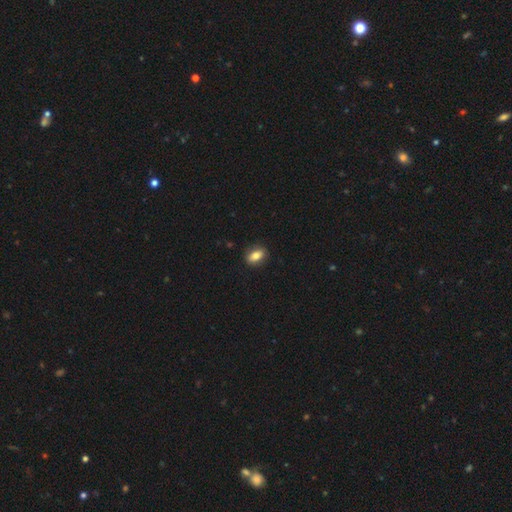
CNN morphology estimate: type=smooth (79%); roundness=in between (81%); merging=none (86%).